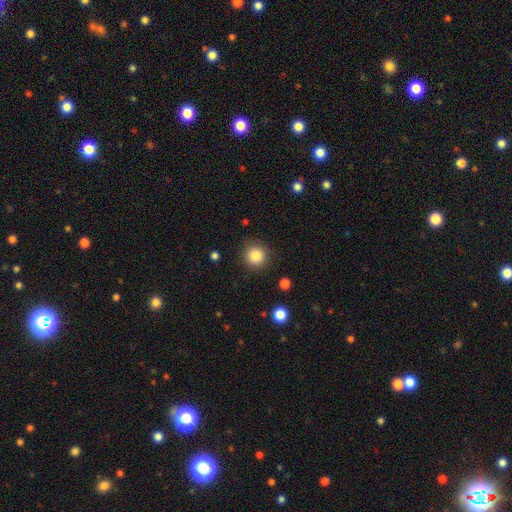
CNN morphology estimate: Overall: smooth (85%). How rounded: round (94%). Merging: none (88%).